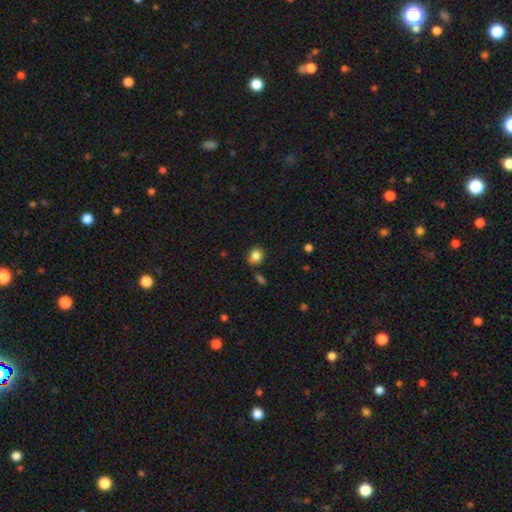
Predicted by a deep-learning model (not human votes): This is clearly a smooth galaxy (84%). How rounded: likely round (60%). Merging: likely none (67%).